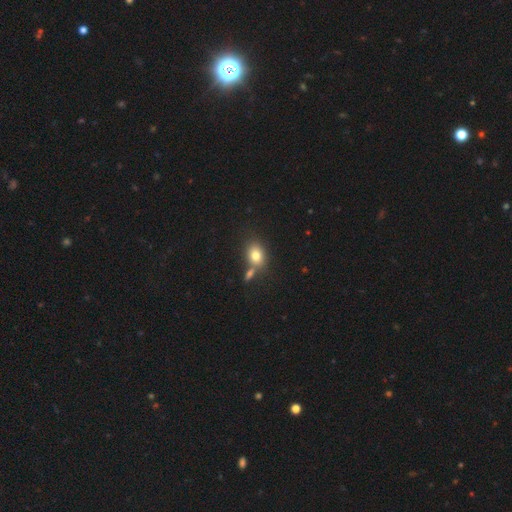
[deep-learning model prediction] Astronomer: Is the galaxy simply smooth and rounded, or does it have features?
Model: smooth — 78%.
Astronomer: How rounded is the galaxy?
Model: in between — 63%.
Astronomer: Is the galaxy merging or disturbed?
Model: none — 57%.